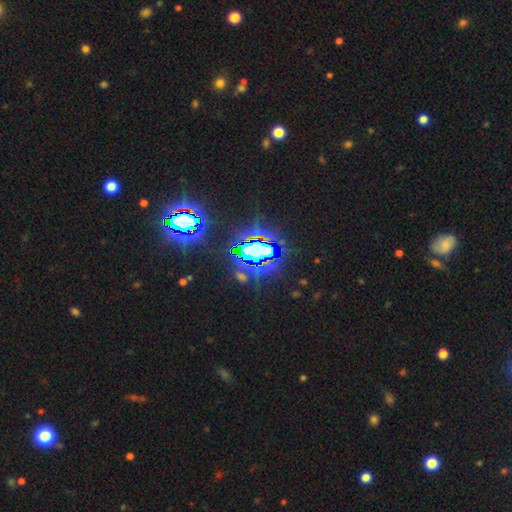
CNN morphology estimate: A star or artifact, not a galaxy (84%).